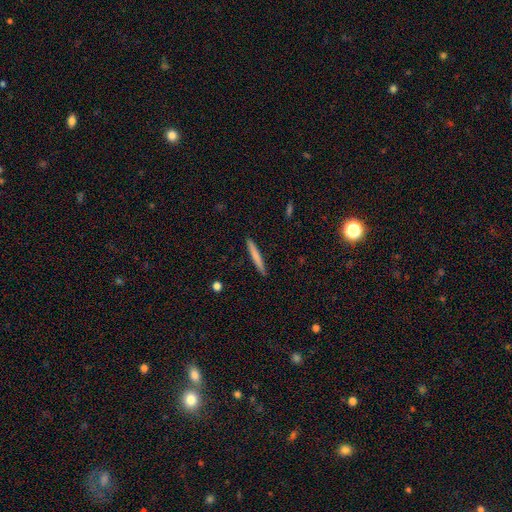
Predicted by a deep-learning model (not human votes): A smooth galaxy with no disk features (73%) that is cigar-shaped (96%). Merging: none (91%).